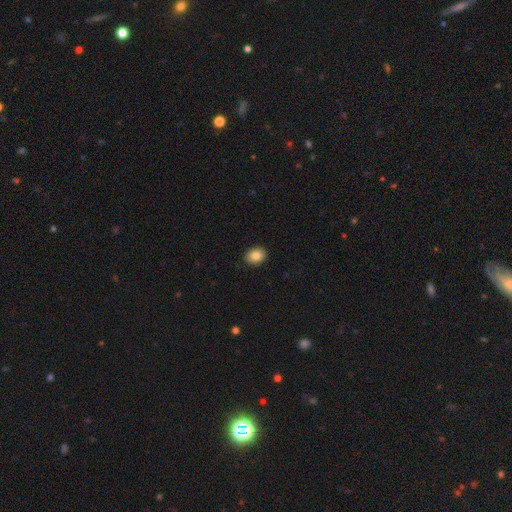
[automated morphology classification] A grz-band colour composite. It shows a smooth galaxy with no disk features (86%) that is in between round and cigar-shaped (61%). Merging: none (90%).